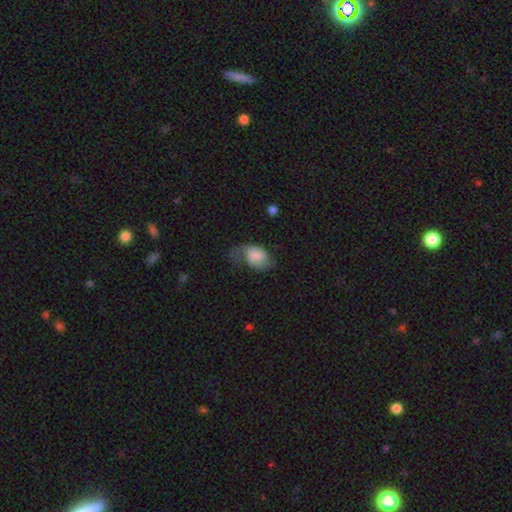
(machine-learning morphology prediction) This appears to be a smooth galaxy with no disk features (64%) that is in between round and cigar-shaped (81%). Merging: major disturbance (34%).